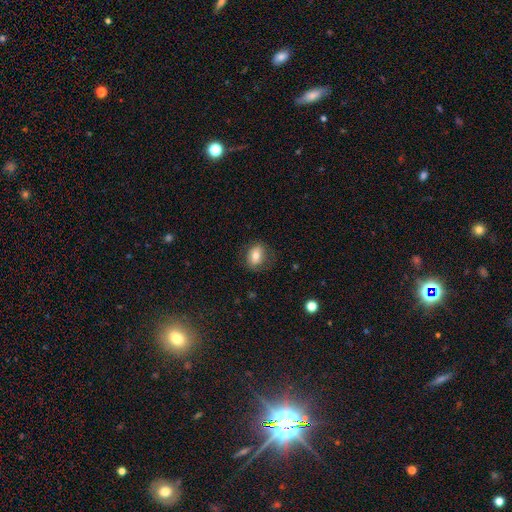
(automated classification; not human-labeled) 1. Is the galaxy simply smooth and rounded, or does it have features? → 71% smooth, 20% featured or disk, 9% star or artifact.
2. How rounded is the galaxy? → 62% in between, 37% round, 1% cigar-shaped.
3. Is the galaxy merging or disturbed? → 78% none, 15% minor disturbance, 5% major disturbance, 1% merger.